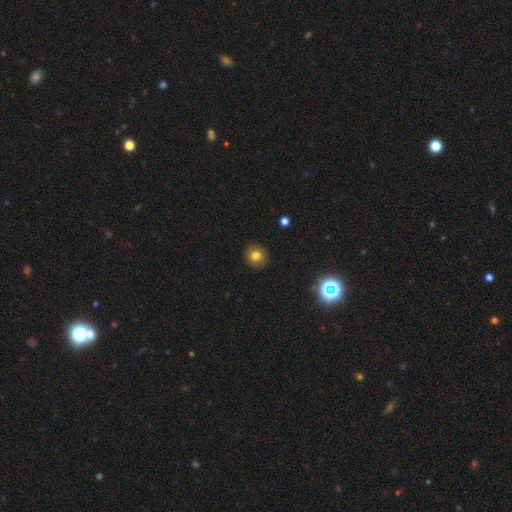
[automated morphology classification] Smooth or featured?
  - smooth: 78% *
  - star or artifact: 13%
  - featured or disk: 9%
How rounded?
  - round: 85% *
  - in between: 14%
  - cigar-shaped: 1%
Merging?
  - none: 90% *
  - minor disturbance: 7%
  - major disturbance: 2%
  - merger: 1%